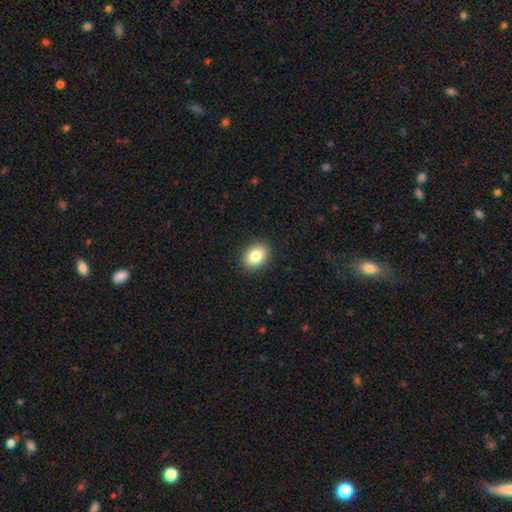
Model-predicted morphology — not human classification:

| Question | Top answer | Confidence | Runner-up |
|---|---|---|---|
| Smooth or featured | smooth | 84% | star or artifact (9%) |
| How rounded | in between | 70% | round (29%) |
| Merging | none | 90% | minor disturbance (7%) |